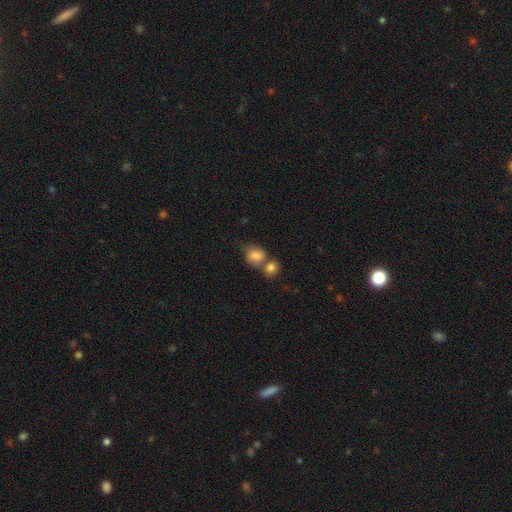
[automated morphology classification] A smooth galaxy with no disk features (78%) that is round (56%). Merging: merger (52%).